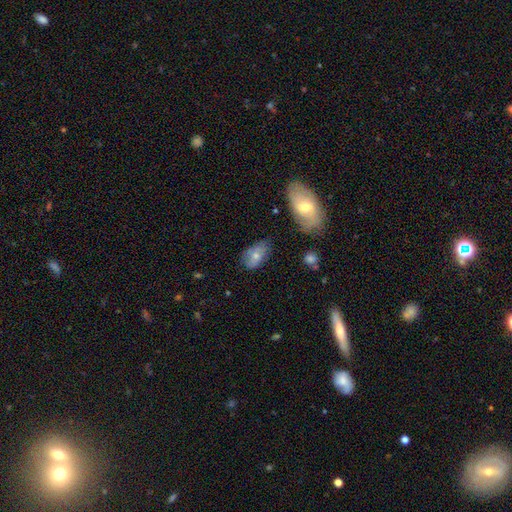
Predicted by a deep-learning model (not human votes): Morphology: type=smooth (64%); roundness=in between (90%); merging=none (58%).